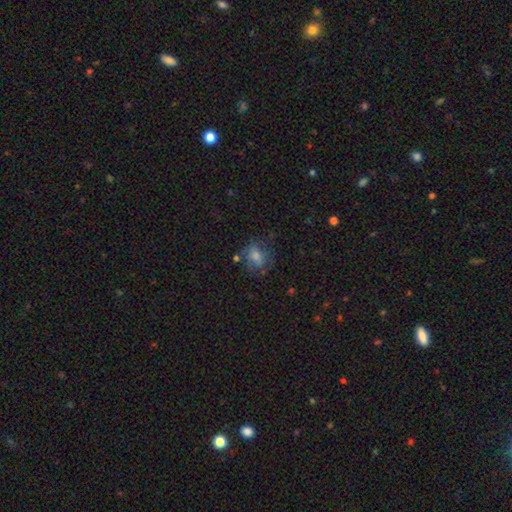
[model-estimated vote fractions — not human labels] A smooth galaxy with no disk features (62%) that is in between round and cigar-shaped (54%).

Vote fractions:
- Smooth or featured? smooth: 62% / featured or disk: 23% / star or artifact: 15%
- How rounded? in between: 54% / round: 43% / cigar-shaped: 2%
- Merging? none: 62% / minor disturbance: 22% / major disturbance: 12% / merger: 4%